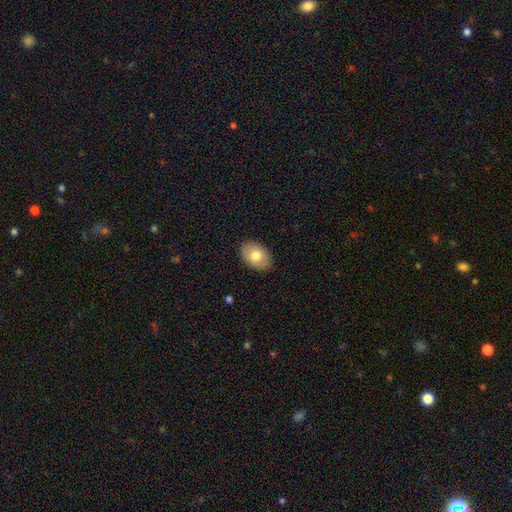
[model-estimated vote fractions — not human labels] smooth_or_featured: smooth (p=0.77) [alt: featured or disk p=0.16]
how_rounded: in between (p=0.83) [alt: round p=0.16]
merging: none (p=0.88) [alt: minor disturbance p=0.09]